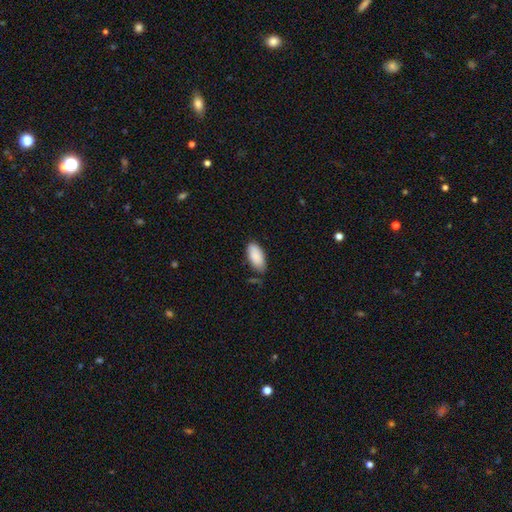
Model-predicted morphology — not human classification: Q: Smooth or featured?
A: smooth (89%); runner-up: star or artifact (6%)
Q: How rounded?
A: in between (92%); runner-up: cigar-shaped (6%)
Q: Merging?
A: none (70%); runner-up: minor disturbance (23%)